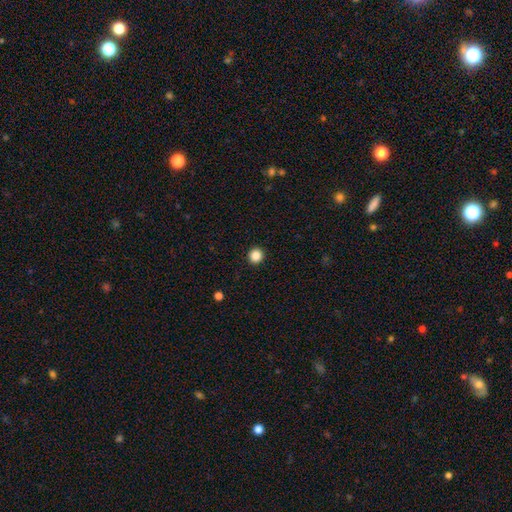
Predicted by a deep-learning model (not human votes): Q: Smooth or featured?
A: smooth (87%); runner-up: star or artifact (10%)
Q: How rounded?
A: round (93%); runner-up: in between (6%)
Q: Merging?
A: none (93%); runner-up: minor disturbance (4%)